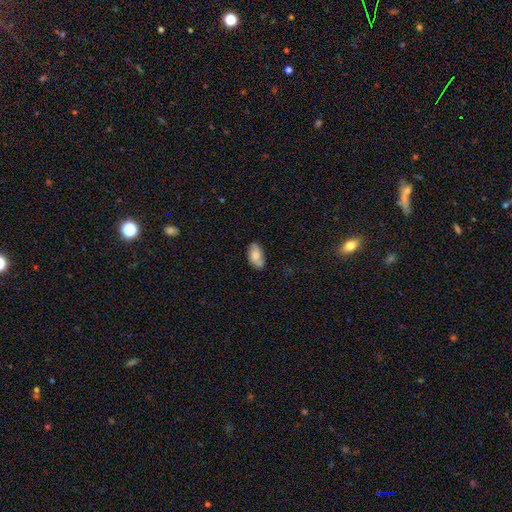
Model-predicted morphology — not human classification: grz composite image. It shows a smooth galaxy with no disk features (72%) that is in between round and cigar-shaped (93%). Merging: none (73%).